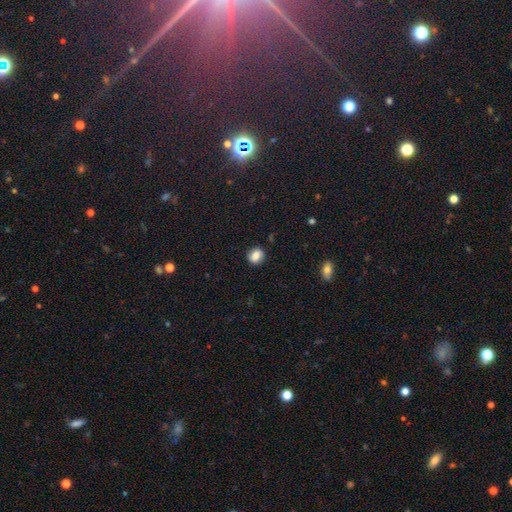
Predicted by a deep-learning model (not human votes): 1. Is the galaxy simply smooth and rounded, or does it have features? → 76% smooth, 14% featured or disk, 10% star or artifact.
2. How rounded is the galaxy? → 68% round, 31% in between, 1% cigar-shaped.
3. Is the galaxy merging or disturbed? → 85% none, 11% minor disturbance, 3% major disturbance, 1% merger.